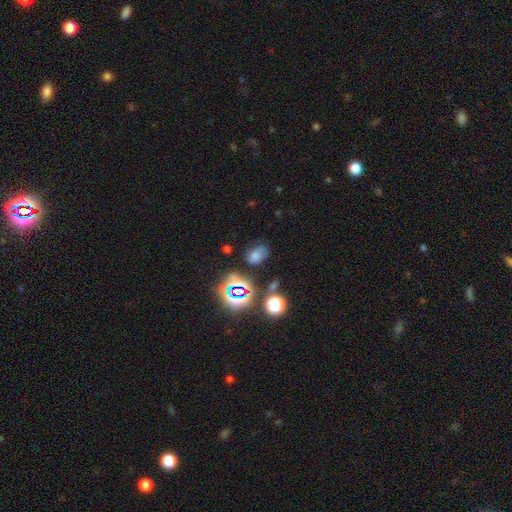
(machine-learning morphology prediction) smooth-or-featured: smooth: 58% | star or artifact: 30% | featured or disk: 12%
  how-rounded: in between: 70% | round: 29% | cigar-shaped: 1%
  merging: none: 57% | minor disturbance: 26% | major disturbance: 12% | merger: 5%